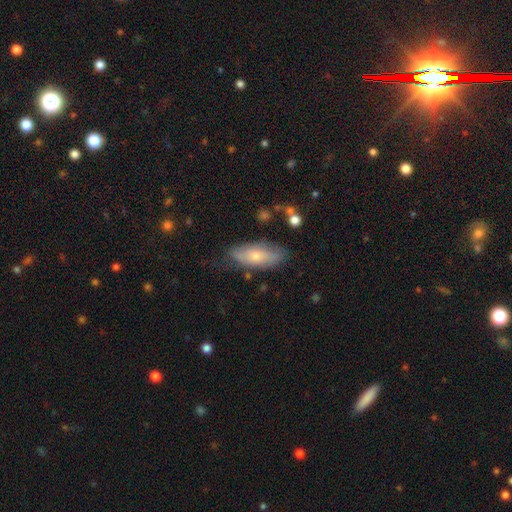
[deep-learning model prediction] This is possibly a smooth galaxy (58%). How rounded: likely in between (72%). Merging: likely none (69%).